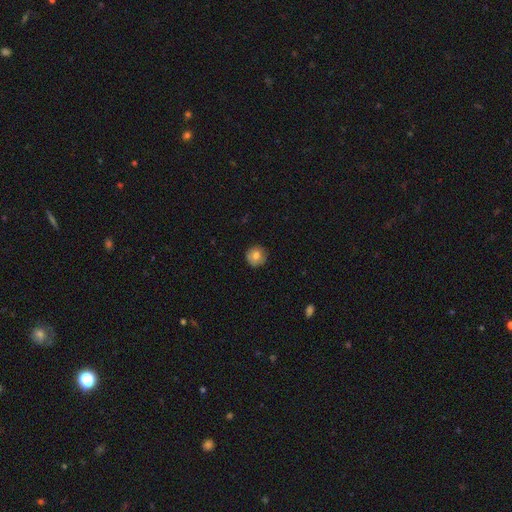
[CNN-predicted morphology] Overall: smooth (78%). How rounded: round (94%). Merging: none (87%).